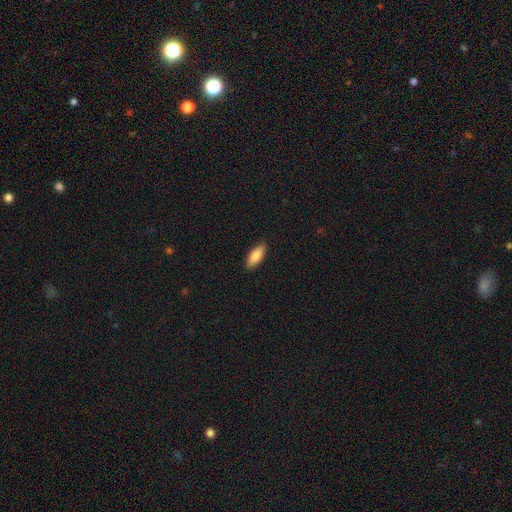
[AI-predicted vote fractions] Overall: smooth (85%). How rounded: in between (71%). Merging: none (89%).